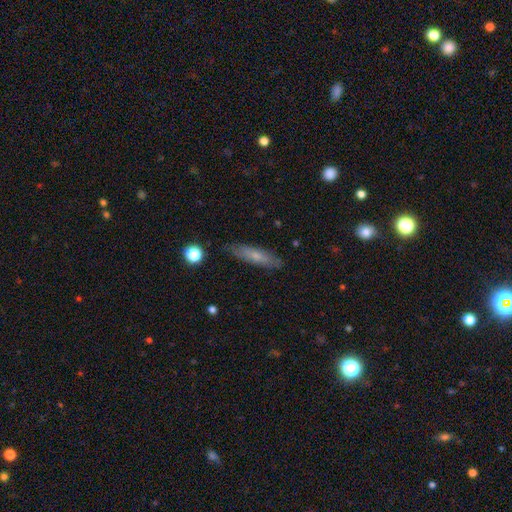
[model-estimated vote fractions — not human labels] A smooth galaxy with no disk features (60%) that is cigar-shaped (73%).

Vote fractions:
- Smooth or featured? smooth: 60% / featured or disk: 33% / star or artifact: 7%
- How rounded? cigar-shaped: 73% / in between: 24% / round: 2%
- Merging? none: 84% / minor disturbance: 12% / major disturbance: 2% / merger: 1%